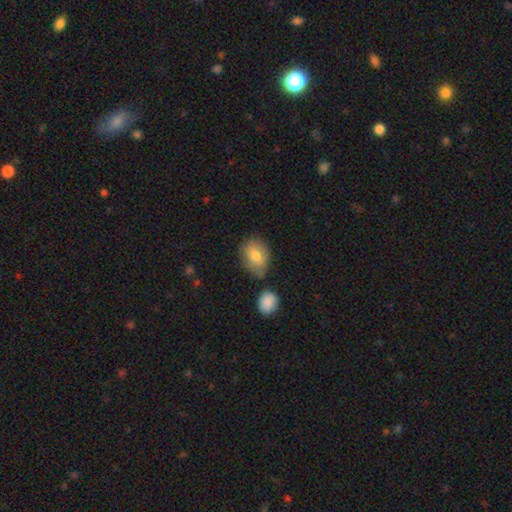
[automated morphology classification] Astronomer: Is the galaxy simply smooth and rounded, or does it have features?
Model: smooth — 77%.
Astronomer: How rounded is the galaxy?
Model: in between — 61% (runner-up: round, 38%).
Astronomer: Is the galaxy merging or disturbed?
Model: none — 61%.